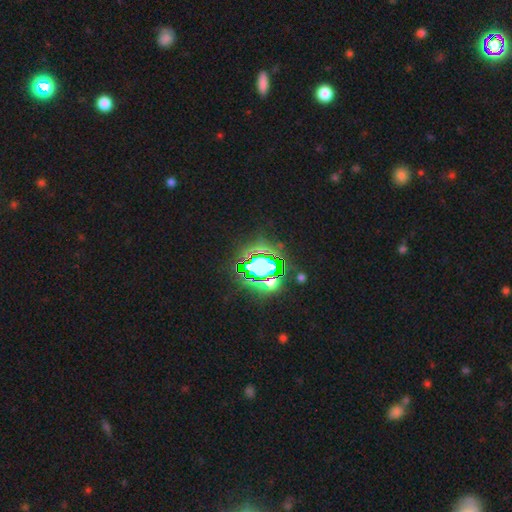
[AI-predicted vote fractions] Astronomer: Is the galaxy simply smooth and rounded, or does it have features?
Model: star or artifact — 80%.